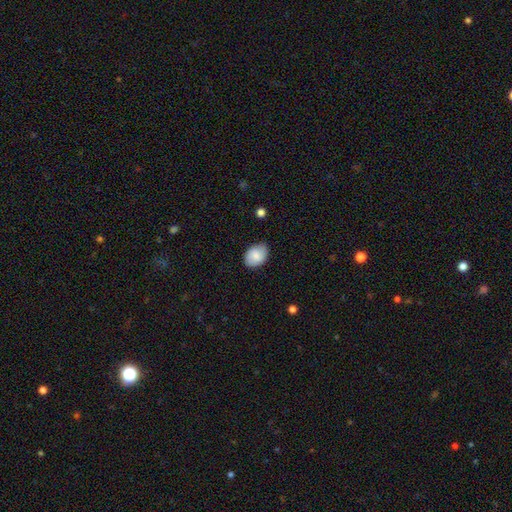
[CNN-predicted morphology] Overall: smooth (81%). How rounded: in between (78%). Merging: none (77%).